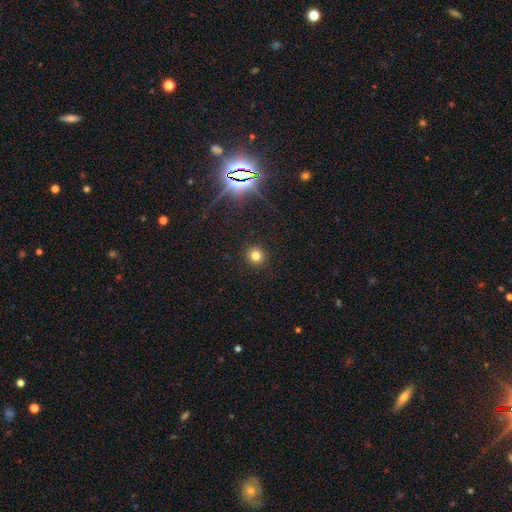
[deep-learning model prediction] Smooth or featured: smooth — 77% (star or artifact — 17%)
How rounded: round — 92% (in between — 7%)
Merging: none — 92% (minor disturbance — 5%)